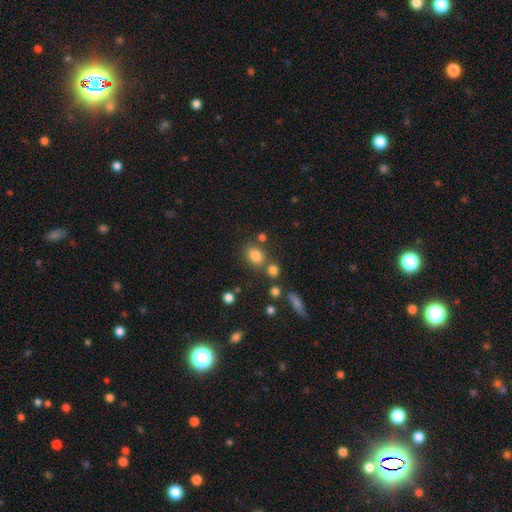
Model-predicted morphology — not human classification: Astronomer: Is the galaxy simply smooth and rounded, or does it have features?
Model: smooth — 80%.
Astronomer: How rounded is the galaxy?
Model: in between — 59% (runner-up: round, 39%).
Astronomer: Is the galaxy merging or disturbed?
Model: none — 68%.